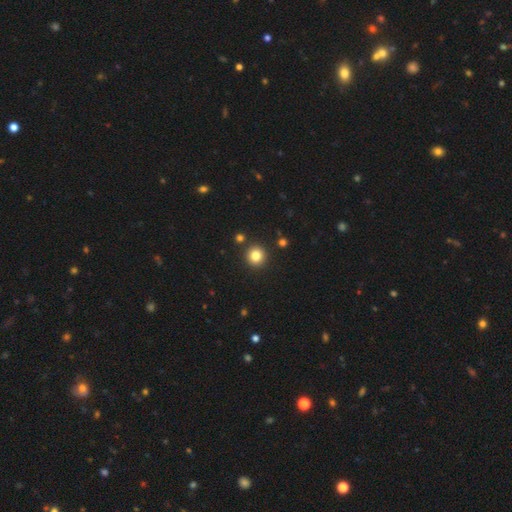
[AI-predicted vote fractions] Smooth or featured? smooth (83%)
How rounded? round (93%)
Merging? none (90%)